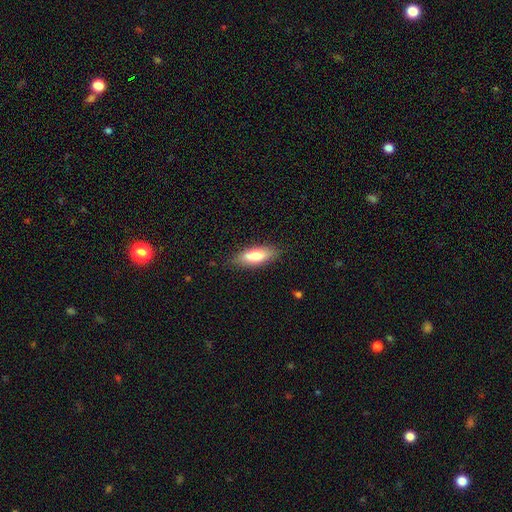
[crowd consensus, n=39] A smooth galaxy with no disk features (67%) that is in between round and cigar-shaped (65%).

Vote fractions:
- Smooth or featured? smooth: 67% / featured or disk: 31% / star or artifact: 3%
- How rounded? in between: 65% / cigar-shaped: 31% / round: 4%
- Merging? none: 63% / minor disturbance: 26% / major disturbance: 5% / merger: 5%